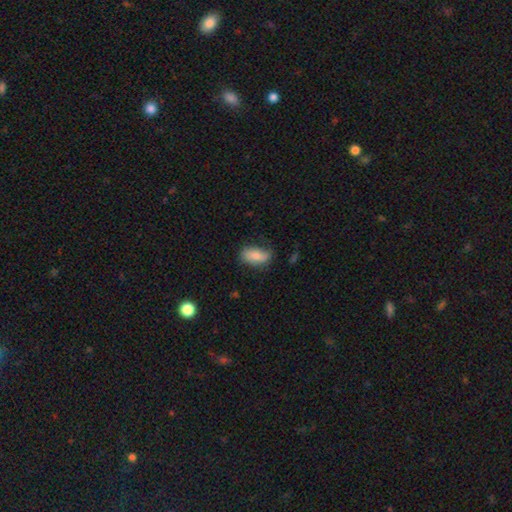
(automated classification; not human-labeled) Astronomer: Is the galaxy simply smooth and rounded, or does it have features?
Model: smooth — 78%.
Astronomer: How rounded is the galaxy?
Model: in between — 91%.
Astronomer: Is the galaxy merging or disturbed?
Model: none — 66%.